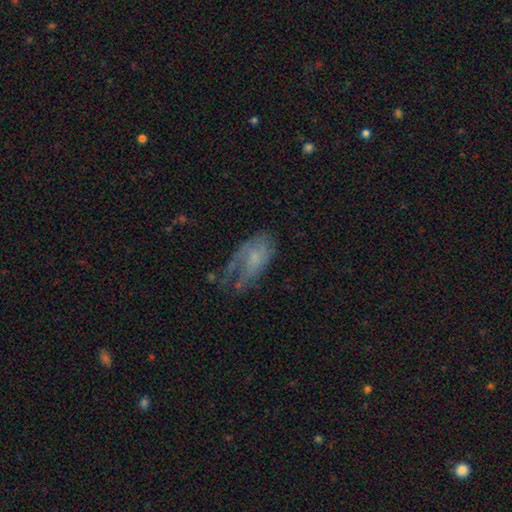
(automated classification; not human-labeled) Smooth or featured? Predicted: smooth (p=0.46). Merging? Predicted: major disturbance (p=0.38).